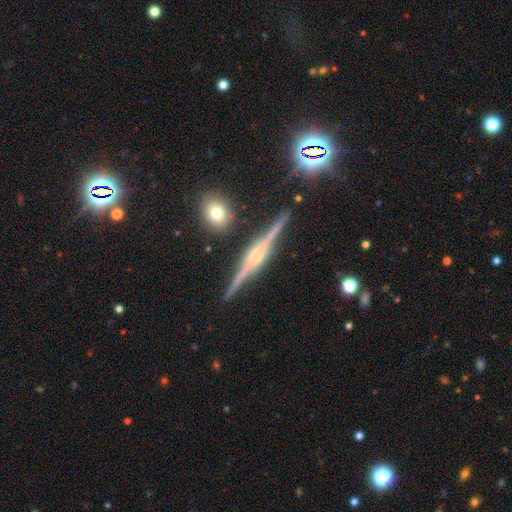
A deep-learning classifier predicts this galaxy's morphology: This appears to be a featured or disk galaxy (87%) viewed edge-on (98%) with a rounded central bulge (67%). Merging: none (89%).